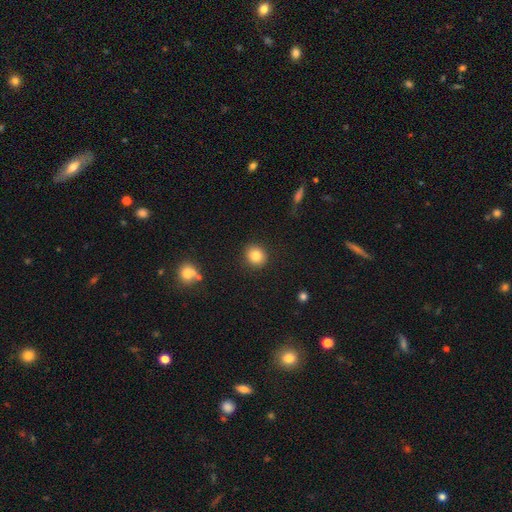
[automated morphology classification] Q: Smooth or featured?
A: smooth (83%); runner-up: star or artifact (10%)
Q: How rounded?
A: round (82%); runner-up: in between (17%)
Q: Merging?
A: none (90%); runner-up: minor disturbance (6%)